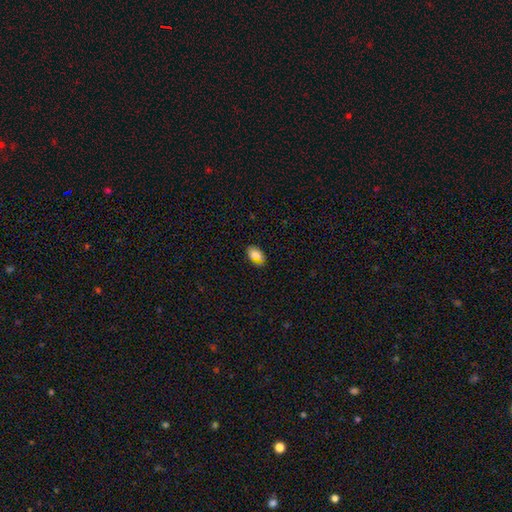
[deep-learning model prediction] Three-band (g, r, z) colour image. It shows a smooth galaxy with no disk features (77%) that is in between round and cigar-shaped (89%). Merging: none (78%).